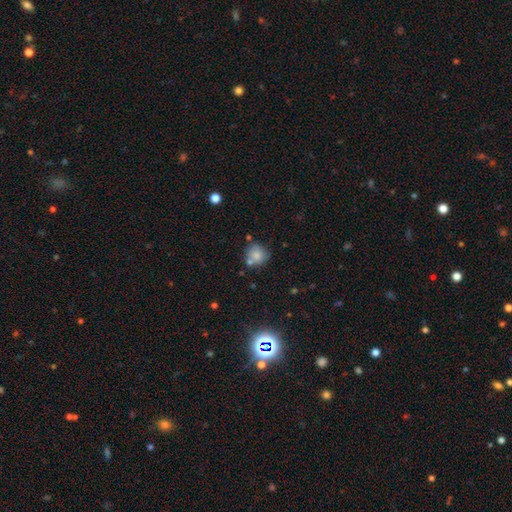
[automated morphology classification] Smooth or featured? Predicted: smooth (p=0.79). How rounded? Predicted: round (p=0.87). Merging? Predicted: none (p=0.64).